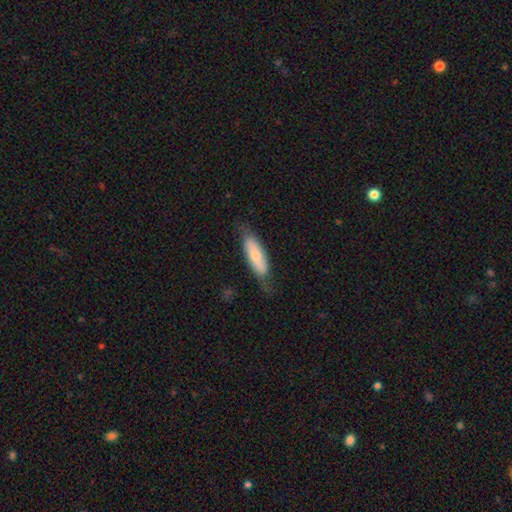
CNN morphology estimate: smooth 65%, featured or disk 29%, star or artifact 6%. Down the decision tree: how rounded — in between (53%); merging — none (63%).